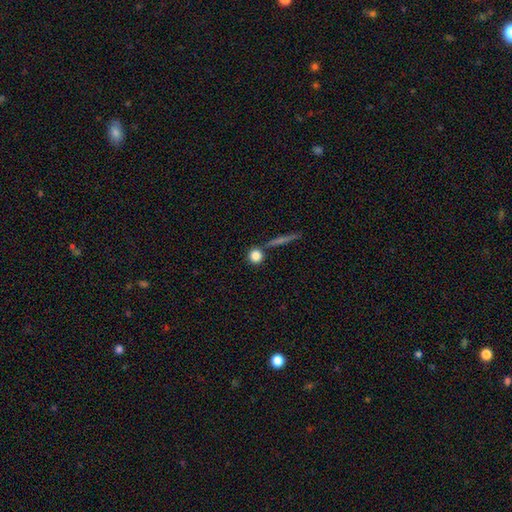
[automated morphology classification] Q: Smooth or featured?
A: smooth (83%); runner-up: star or artifact (9%)
Q: How rounded?
A: round (92%); runner-up: in between (5%)
Q: Merging?
A: none (79%); runner-up: merger (10%)